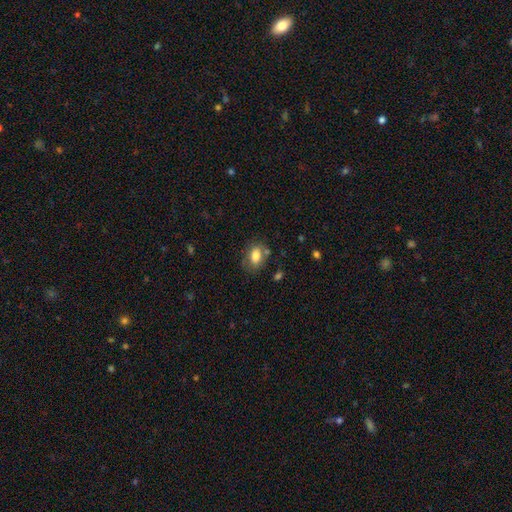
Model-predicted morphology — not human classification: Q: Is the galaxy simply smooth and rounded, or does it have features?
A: smooth — 80%.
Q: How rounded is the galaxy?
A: in between — 83%.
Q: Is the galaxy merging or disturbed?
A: none — 71%.